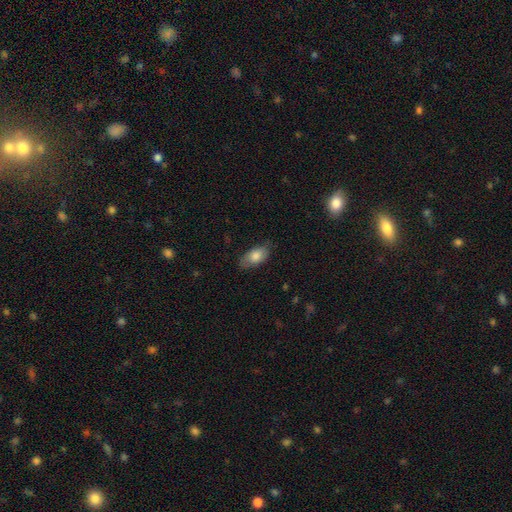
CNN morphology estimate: A smooth galaxy with no disk features (79%) that is in between round and cigar-shaped (91%). Merging: none (74%).